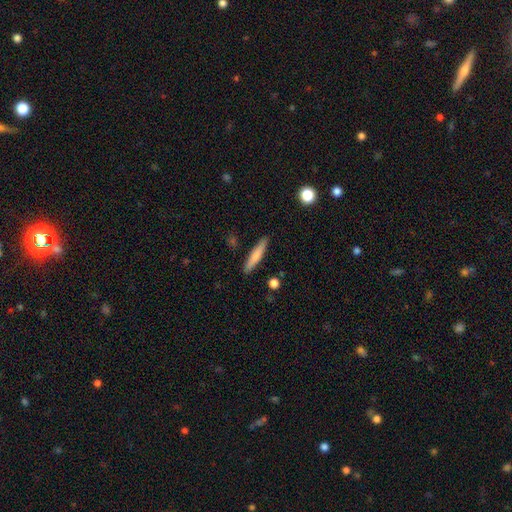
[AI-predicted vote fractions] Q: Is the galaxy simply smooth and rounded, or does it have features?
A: smooth — 74%.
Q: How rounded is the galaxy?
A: cigar-shaped — 90%.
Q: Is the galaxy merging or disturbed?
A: none — 89%.